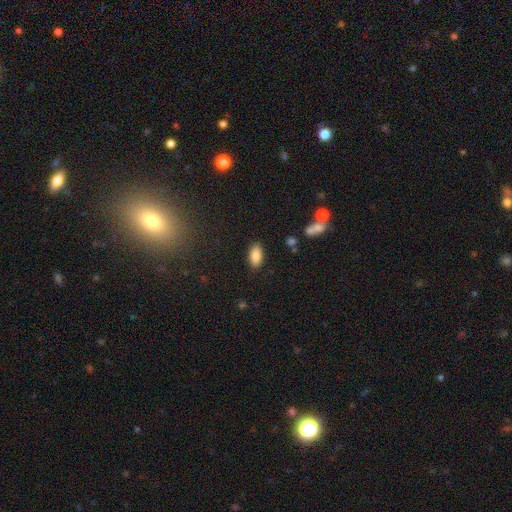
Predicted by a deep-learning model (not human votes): smooth_or_featured: smooth (p=0.86) [alt: star or artifact p=0.08]
how_rounded: in between (p=0.92) [alt: cigar-shaped p=0.05]
merging: none (p=0.87) [alt: minor disturbance p=0.09]